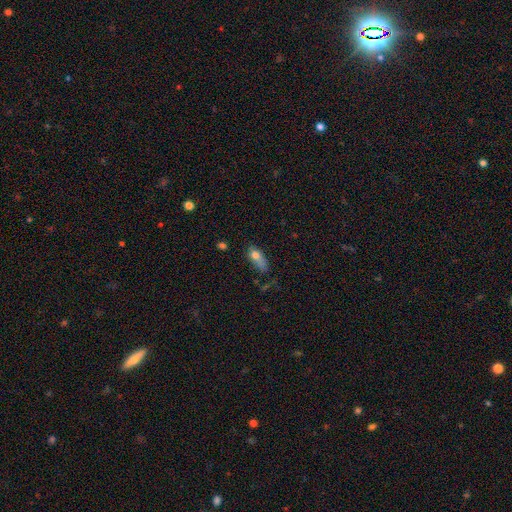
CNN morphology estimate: A smooth galaxy with no disk features (72%) that is in between round and cigar-shaped (73%).

Vote fractions:
- Smooth or featured? smooth: 72% / featured or disk: 18% / star or artifact: 10%
- How rounded? in between: 73% / cigar-shaped: 18% / round: 8%
- Merging? none: 33% (tied) / minor disturbance: 33% (tied) / major disturbance: 24% / merger: 10%